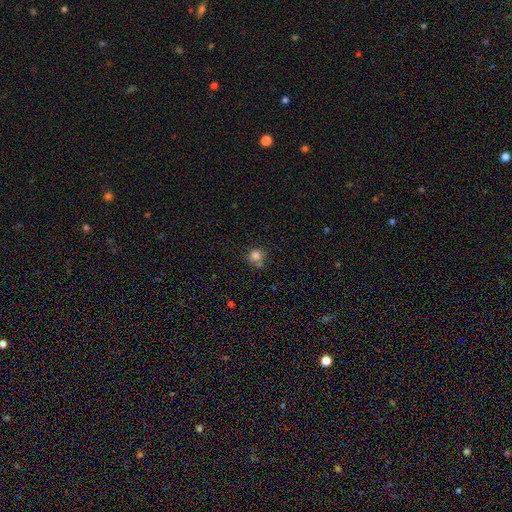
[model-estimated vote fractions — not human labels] Smooth or featured? Predicted: smooth (p=0.82). How rounded? Predicted: round (p=0.89). Merging? Predicted: none (p=0.64).